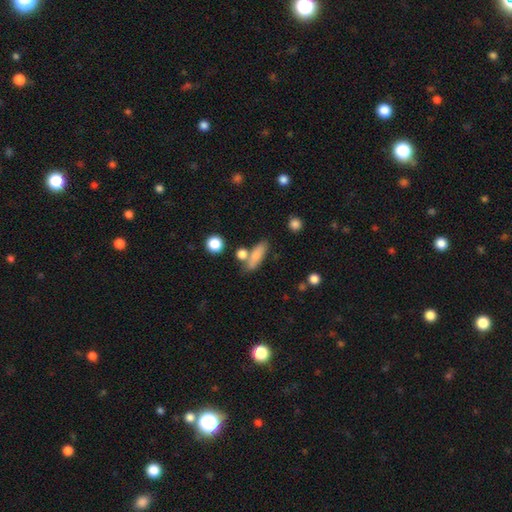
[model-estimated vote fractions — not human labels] This is likely a smooth galaxy (78%). How rounded: possibly in between (48%). Merging: likely none (63%).